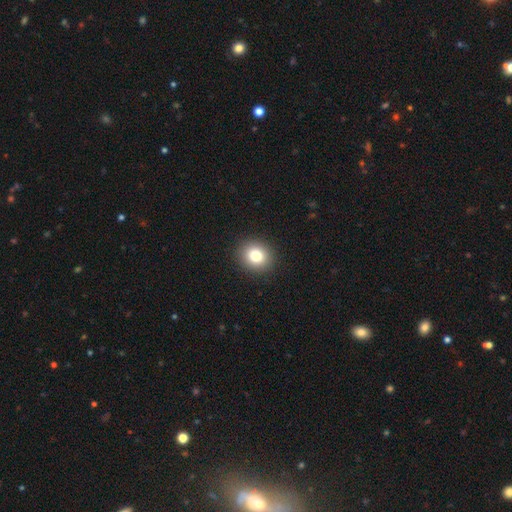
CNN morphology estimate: Q: Smooth or featured?
A: smooth (81%); runner-up: star or artifact (11%)
Q: How rounded?
A: round (78%); runner-up: in between (21%)
Q: Merging?
A: none (92%); runner-up: minor disturbance (6%)